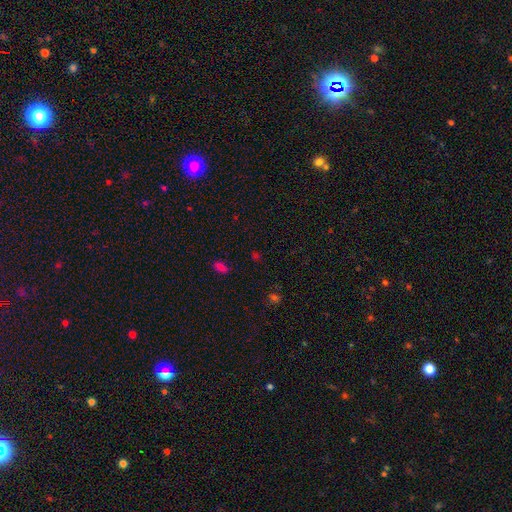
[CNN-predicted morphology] Smooth or featured: star or artifact — 49% (smooth — 44%)